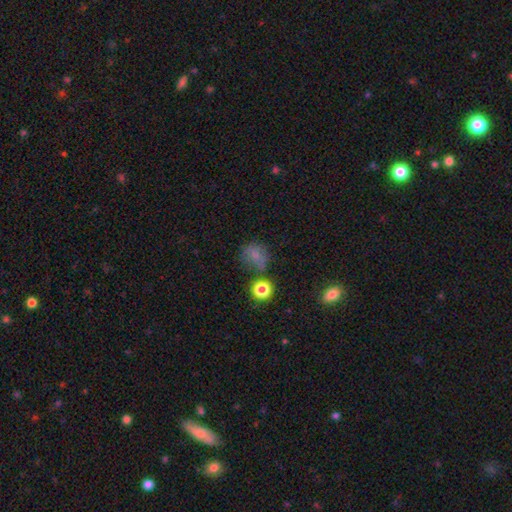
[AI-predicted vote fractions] Morphology: type=smooth (70%); roundness=round (67%); merging=none (55%).